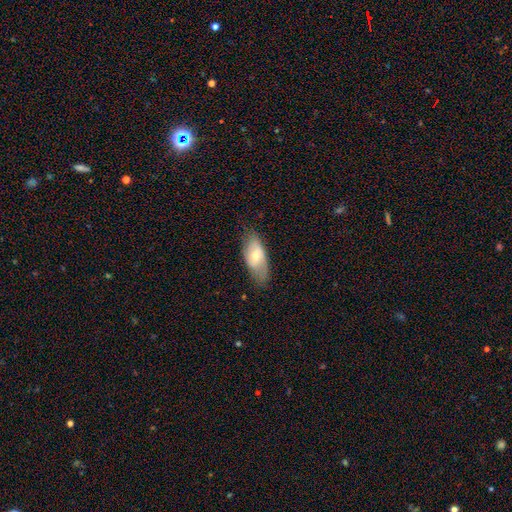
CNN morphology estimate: Q: Smooth or featured?
A: smooth (61%); runner-up: featured or disk (32%)
Q: How rounded?
A: in between (86%); runner-up: cigar-shaped (11%)
Q: Merging?
A: none (71%); runner-up: minor disturbance (22%)